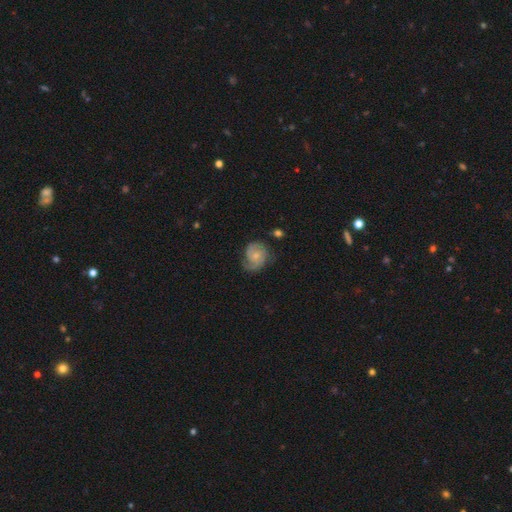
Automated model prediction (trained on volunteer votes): Smooth or featured? Predicted: featured or disk (p=0.72). Edge-on disk? Predicted: no (p=0.98). Bar? Predicted: no (p=0.71). Spiral arms? Predicted: yes (p=0.93). Spiral winding? Predicted: tight (p=0.46). Spiral arm count? Predicted: 2 (p=0.57). Bulge size? Predicted: small (p=0.63). Merging? Predicted: none (p=0.63).